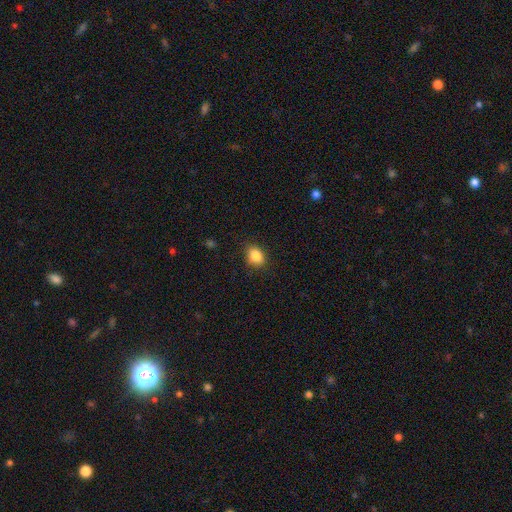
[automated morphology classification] Smooth or featured? smooth (86%)
How rounded? in between (66%)
Merging? none (83%)